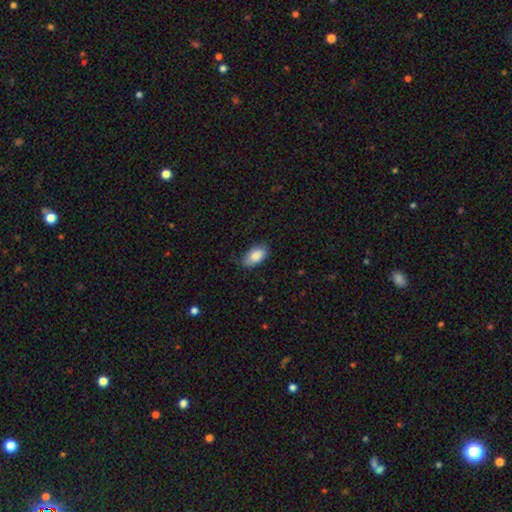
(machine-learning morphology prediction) A smooth galaxy with no disk features (85%) that is in between round and cigar-shaped (93%). Merging: none (69%).